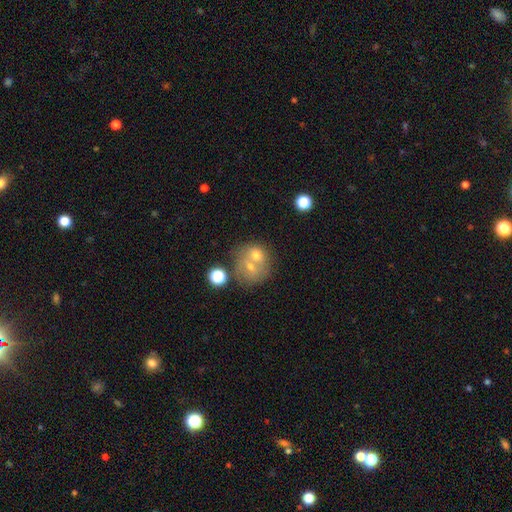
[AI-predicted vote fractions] A smooth galaxy with no disk features (48%). Merging: none (47%).